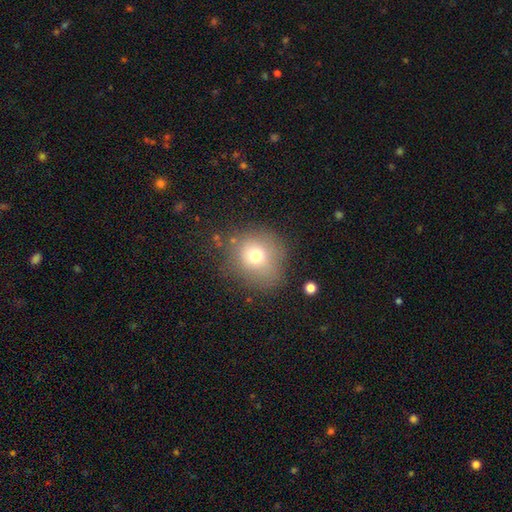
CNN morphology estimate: A smooth galaxy with no disk features (72%) that is round (83%).

Vote fractions:
- Smooth or featured? smooth: 72% / featured or disk: 14% / star or artifact: 14%
- How rounded? round: 83% / in between: 16% / cigar-shaped: 1%
- Merging? none: 73% / minor disturbance: 16% / major disturbance: 8% / merger: 3%